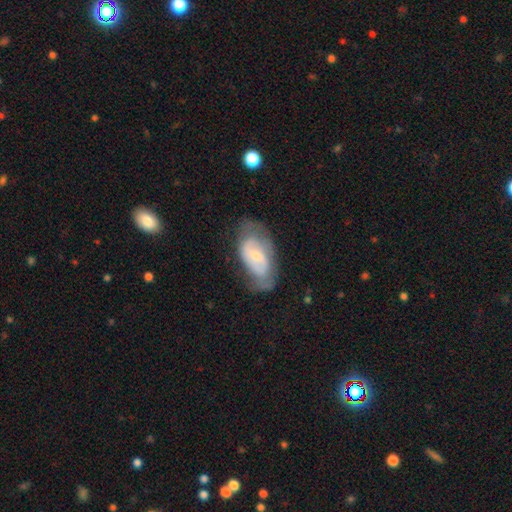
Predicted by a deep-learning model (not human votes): Smooth or featured?
  - featured or disk: 62% *
  - smooth: 31%
  - star or artifact: 7%
Edge-on disk?
  - no: 94% *
  - yes: 6%
Bar?
  - no: 51% *
  - weak: 38%
  - strong: 11%
Spiral arms?
  - yes: 73% *
  - no: 27%
Bulge size?
  - small: 64% *
  - moderate: 30%
  - none: 3%
  - large: 2%
  - dominant: 1%
Merging?
  - none: 52% *
  - minor disturbance: 30%
  - major disturbance: 16%
  - merger: 2%